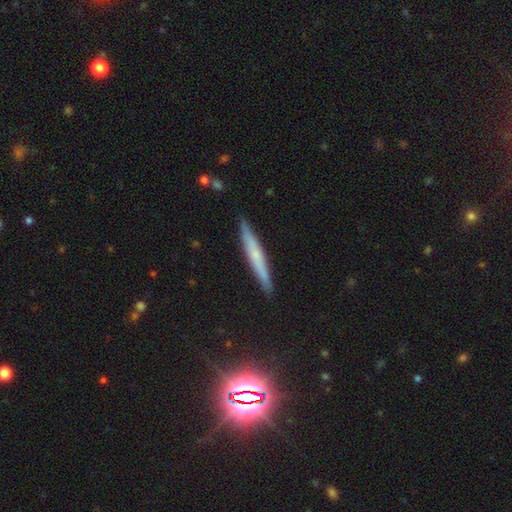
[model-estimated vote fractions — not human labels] This appears to be a featured or disk galaxy (46%, tied with smooth). Merging: none (89%).